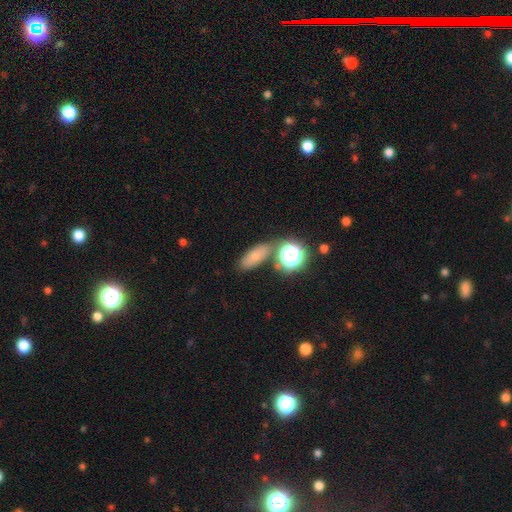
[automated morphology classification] Overall: smooth (67%). How rounded: in between (64%). Merging: none (72%).